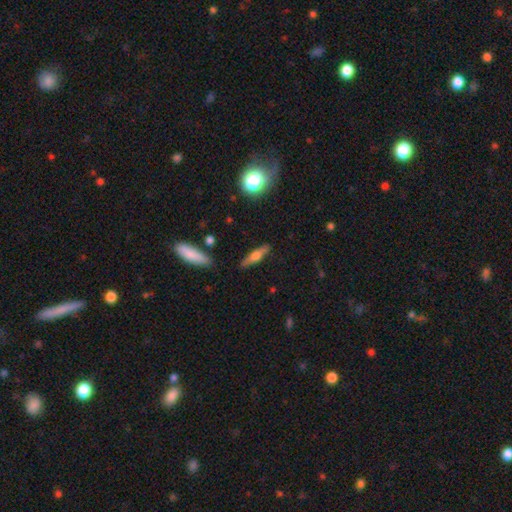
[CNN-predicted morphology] This appears to be a featured or disk galaxy (48%). Merging: none (87%).